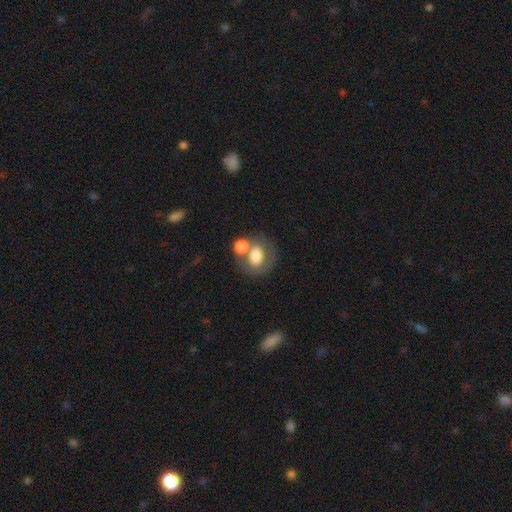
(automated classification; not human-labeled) smooth 68%, featured or disk 23%, star or artifact 9%. Down the decision tree: how rounded — in between (50%); merging — merger (42%).